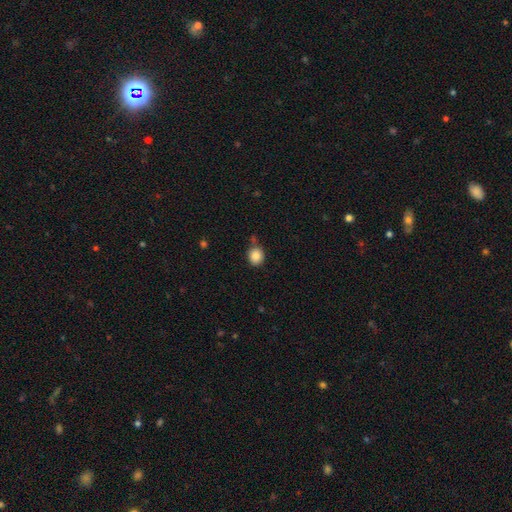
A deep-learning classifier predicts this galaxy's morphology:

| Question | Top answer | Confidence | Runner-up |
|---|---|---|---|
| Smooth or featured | smooth | 86% | star or artifact (9%) |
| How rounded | round | 75% | in between (24%) |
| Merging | none | 73% | minor disturbance (15%) |